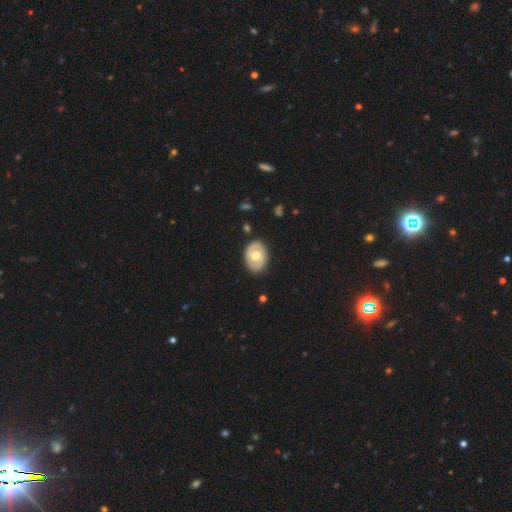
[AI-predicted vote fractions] Q: Smooth or featured?
A: featured or disk (48%); runner-up: smooth (47%)
Q: Merging?
A: none (85%); runner-up: minor disturbance (11%)